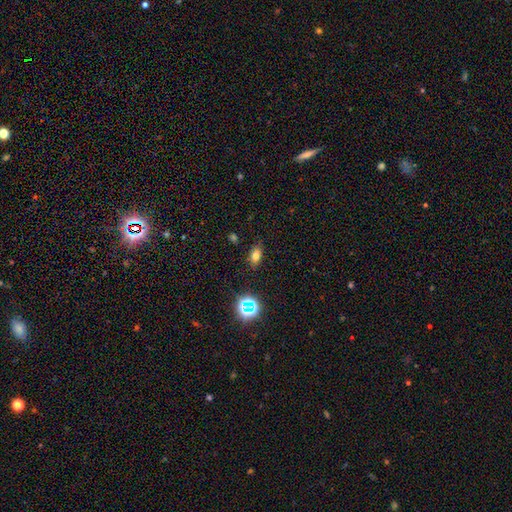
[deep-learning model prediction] Q: Smooth or featured?
A: smooth (69%); runner-up: star or artifact (18%)
Q: How rounded?
A: in between (80%); runner-up: round (13%)
Q: Merging?
A: none (85%); runner-up: minor disturbance (11%)